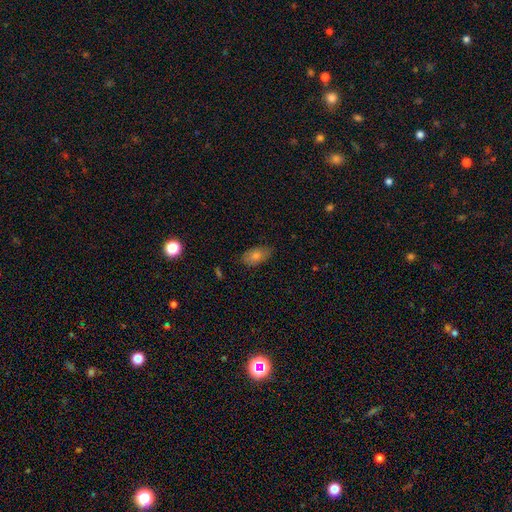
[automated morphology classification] Smooth or featured? smooth (68%)
How rounded? in between (89%)
Merging? none (81%)